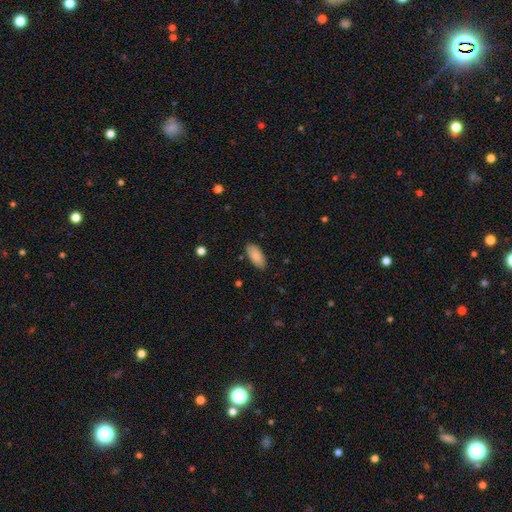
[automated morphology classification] Smooth or featured?
  - smooth: 87% *
  - featured or disk: 6%
  - star or artifact: 6%
How rounded?
  - in between: 90% *
  - cigar-shaped: 9%
  - round: 2%
Merging?
  - none: 87% *
  - minor disturbance: 10%
  - major disturbance: 2%
  - merger: 1%